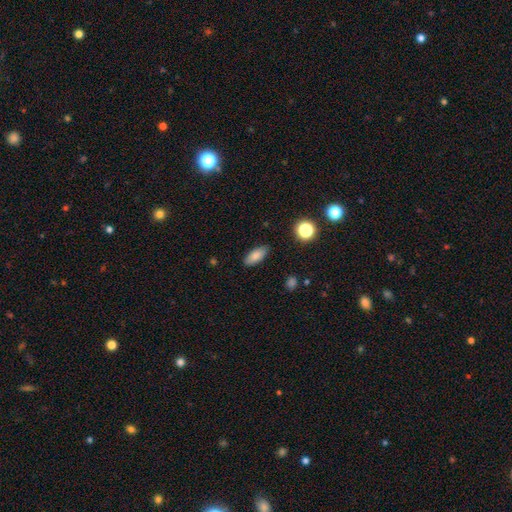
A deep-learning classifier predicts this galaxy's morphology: smooth-or-featured: smooth: 81% | featured or disk: 10% | star or artifact: 9%
  how-rounded: in between: 83% | cigar-shaped: 13% | round: 4%
  merging: none: 86% | minor disturbance: 11% | major disturbance: 2% | merger: 1%